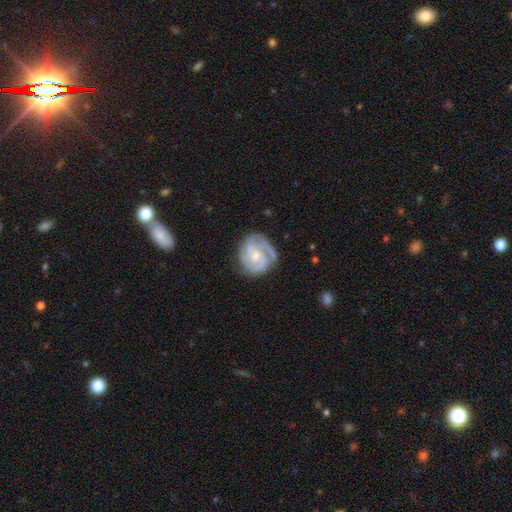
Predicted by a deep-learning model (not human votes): smooth_or_featured: featured or disk (p=0.86) [alt: smooth p=0.10]
disk_edge_on: no (p=0.98) [alt: yes p=0.02]
bar: no (p=0.63) [alt: weak p=0.31]
has_spiral_arms: yes (p=0.97) [alt: no p=0.03]
spiral_winding: tight (p=0.57) [alt: medium p=0.36]
spiral_arm_count: 3 (p=0.47) [alt: 2 p=0.28]
bulge_size: small (p=0.50) [alt: moderate p=0.44]
merging: none (p=0.73) [alt: minor disturbance p=0.19]